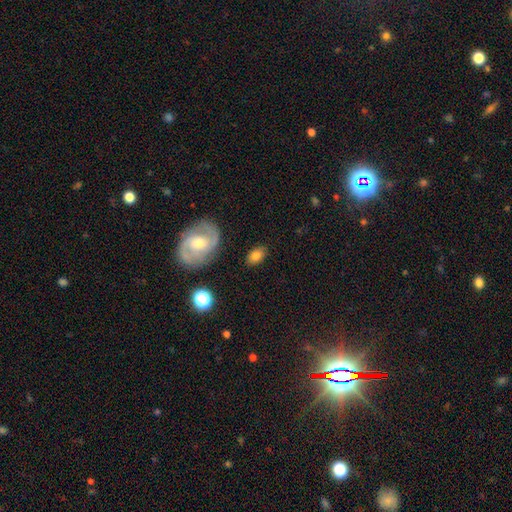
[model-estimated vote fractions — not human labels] Smooth or featured: smooth — 73% (featured or disk — 18%)
How rounded: in between — 84% (round — 14%)
Merging: none — 82% (minor disturbance — 12%)